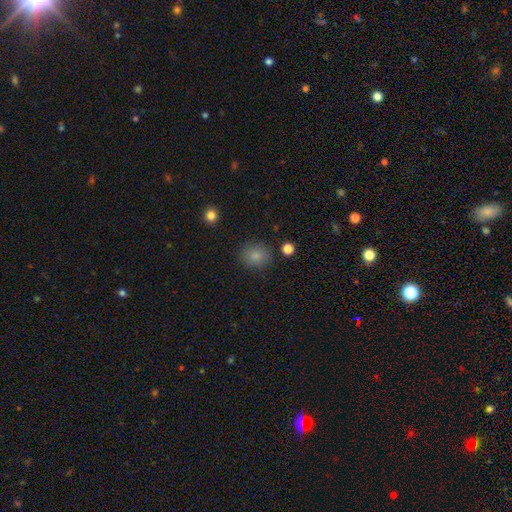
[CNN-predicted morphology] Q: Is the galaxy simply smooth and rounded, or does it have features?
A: smooth — 84%.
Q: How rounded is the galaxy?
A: round — 75%.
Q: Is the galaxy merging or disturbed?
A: none — 84%.